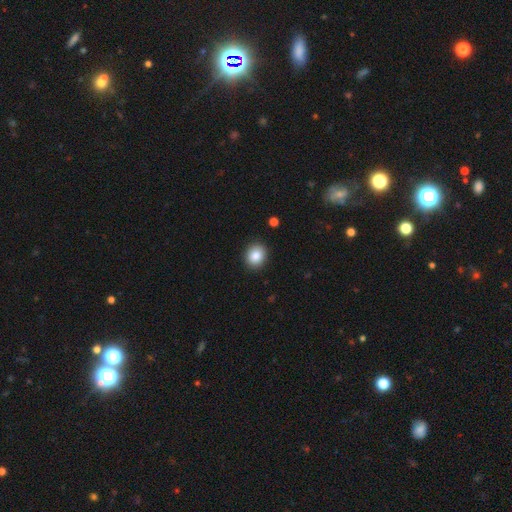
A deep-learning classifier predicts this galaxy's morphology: Smooth or featured?
  - smooth: 85% *
  - star or artifact: 9%
  - featured or disk: 6%
How rounded?
  - round: 72% *
  - in between: 27%
  - cigar-shaped: 1%
Merging?
  - none: 91% *
  - minor disturbance: 6%
  - major disturbance: 2%
  - merger: 1%